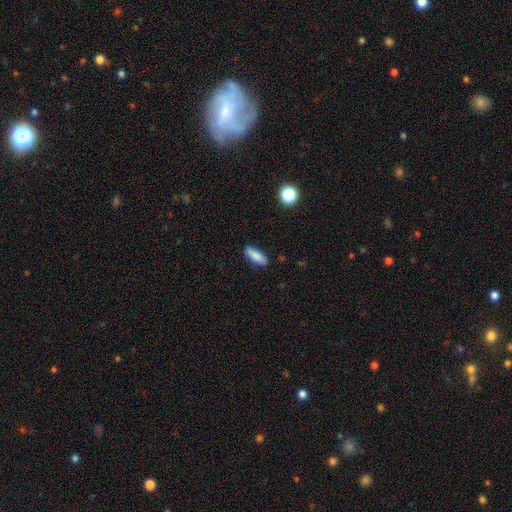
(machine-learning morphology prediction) type=smooth (85%); roundness=in between (64%); merging=none (87%).